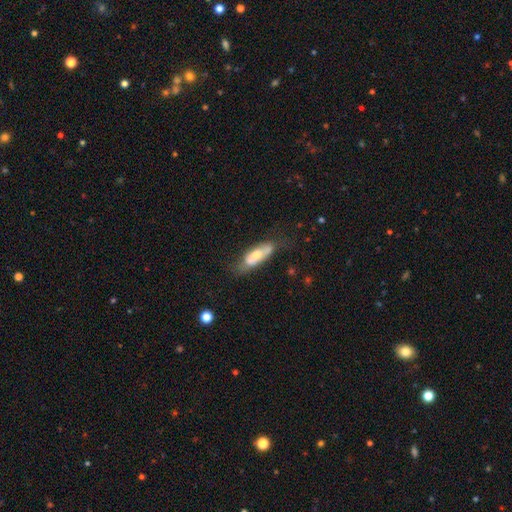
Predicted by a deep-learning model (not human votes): This is possibly a smooth galaxy (52%). How rounded: likely in between (61%). Merging: possibly none (53%).